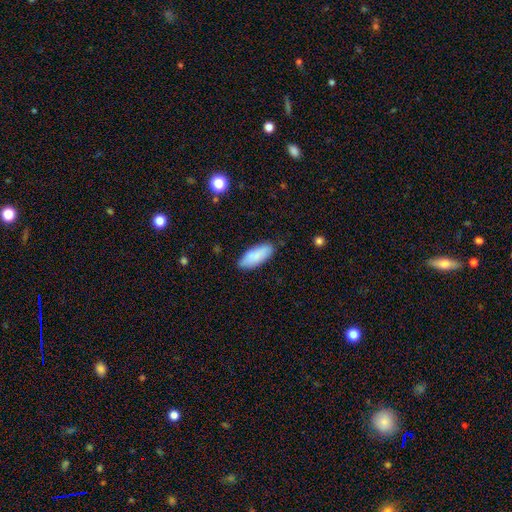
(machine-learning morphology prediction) Smooth or featured?
  - smooth: 86% *
  - featured or disk: 8%
  - star or artifact: 6%
How rounded?
  - in between: 78% *
  - cigar-shaped: 21%
  - round: 2%
Merging?
  - none: 83% *
  - minor disturbance: 13%
  - major disturbance: 2%
  - merger: 1%